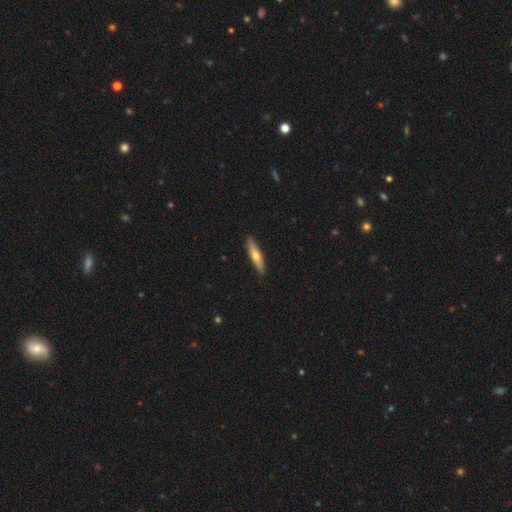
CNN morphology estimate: The model was most divided on "smooth or featured": smooth: 55%, featured or disk: 39%, star or artifact: 5%. More confident: merging — none (89%); how rounded — cigar-shaped (80%).